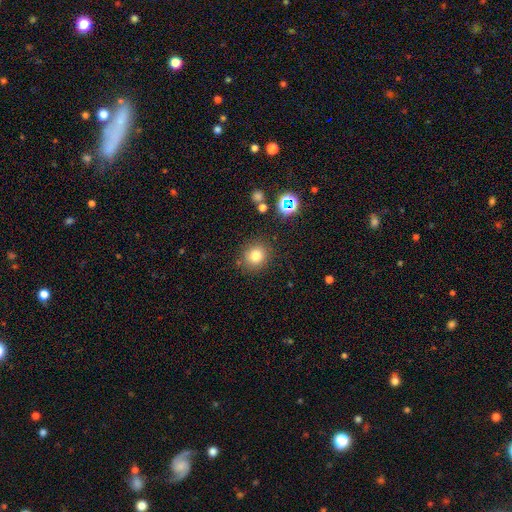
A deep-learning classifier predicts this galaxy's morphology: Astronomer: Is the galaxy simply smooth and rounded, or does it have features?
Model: smooth — 78%.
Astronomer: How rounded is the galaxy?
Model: round — 88%.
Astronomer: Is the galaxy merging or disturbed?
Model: none — 85%.